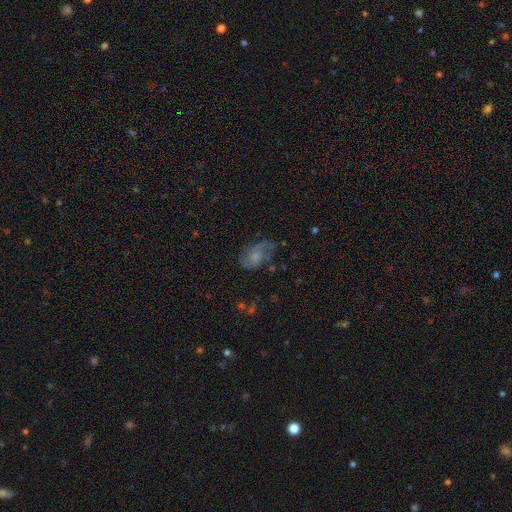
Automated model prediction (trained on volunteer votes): Overall: featured or disk (52%; smooth 38%). Edge-on disk: no (96%). Merging: none (50%; minor disturbance 27%).